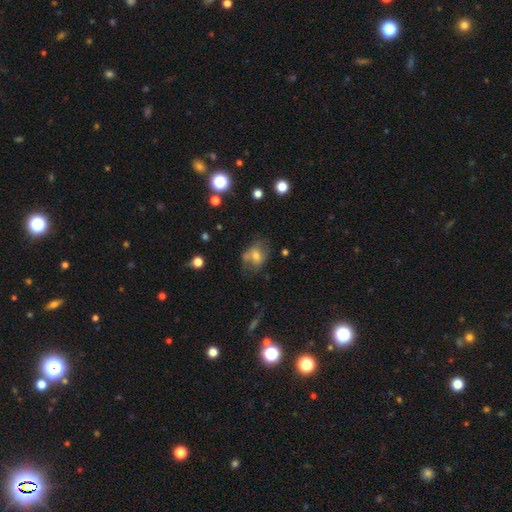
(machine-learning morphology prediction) Overall: smooth (54%; featured or disk 34%). How rounded: in between (65%; round 34%). Merging: none (44%; minor disturbance 24%).